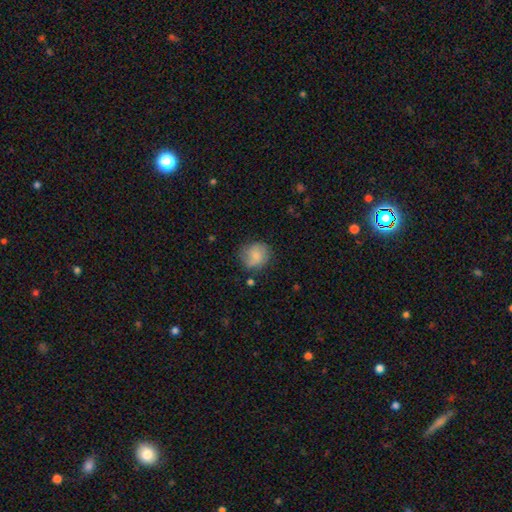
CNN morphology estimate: Q: Smooth or featured?
A: smooth (74%); runner-up: featured or disk (18%)
Q: How rounded?
A: round (80%); runner-up: in between (19%)
Q: Merging?
A: none (69%); runner-up: minor disturbance (22%)